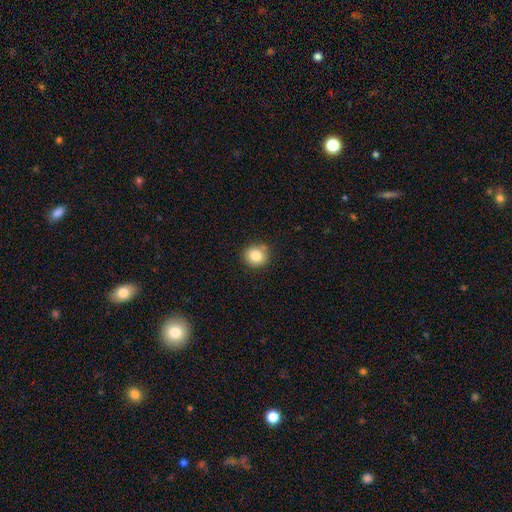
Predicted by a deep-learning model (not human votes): A smooth galaxy with no disk features (83%) that is round (85%).

Vote fractions:
- Smooth or featured? smooth: 83% / star or artifact: 10% / featured or disk: 7%
- How rounded? round: 85% / in between: 14% / cigar-shaped: 1%
- Merging? none: 83% / minor disturbance: 11% / merger: 3% / major disturbance: 2%